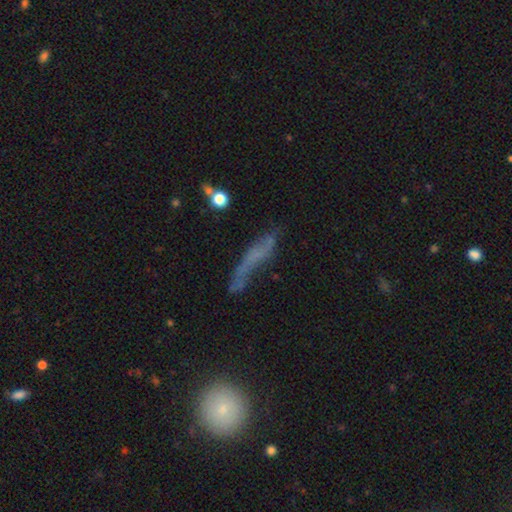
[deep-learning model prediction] This is marginally a featured or disk galaxy (42%, tied with smooth). Merging: marginally none (42%).